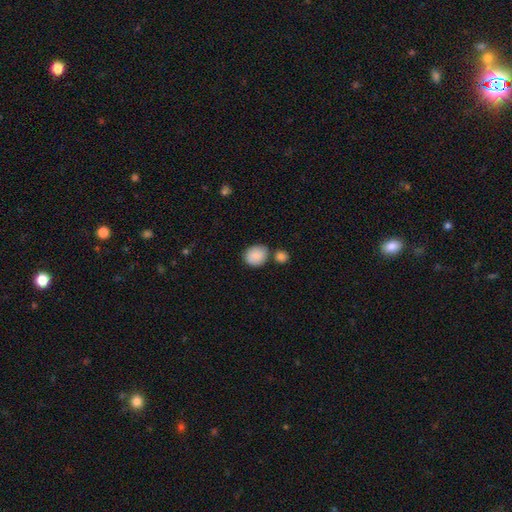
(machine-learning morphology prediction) Q: Smooth or featured?
A: smooth (87%); runner-up: star or artifact (7%)
Q: How rounded?
A: round (70%); runner-up: in between (29%)
Q: Merging?
A: none (68%); runner-up: merger (15%)